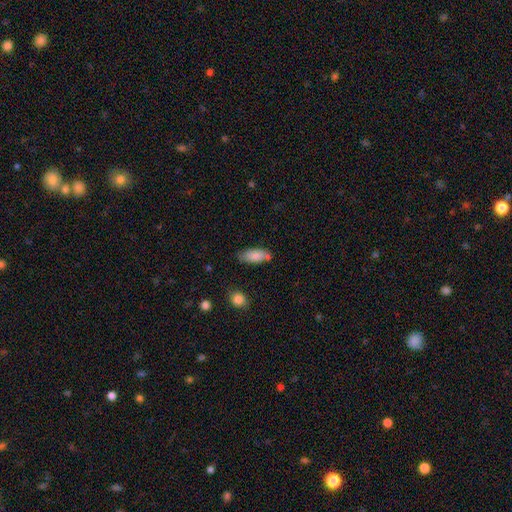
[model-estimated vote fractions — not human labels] smooth-or-featured: smooth: 83% | featured or disk: 11% | star or artifact: 7%
  how-rounded: in between: 80% | cigar-shaped: 18% | round: 2%
  merging: none: 66% | minor disturbance: 21% | merger: 9% | major disturbance: 5%